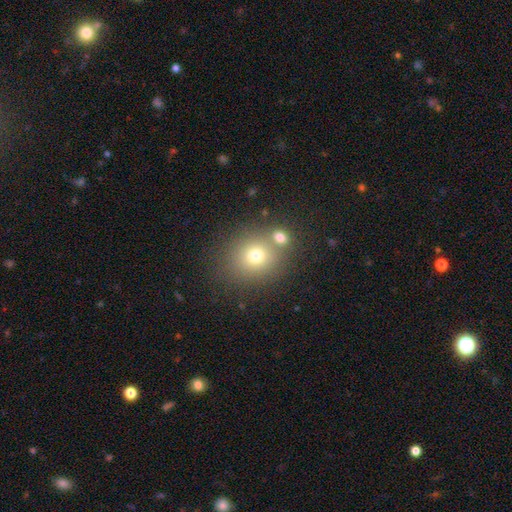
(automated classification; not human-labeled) A smooth galaxy with no disk features (72%) that is round (77%).

Vote fractions:
- Smooth or featured? smooth: 72% / star or artifact: 16% / featured or disk: 12%
- How rounded? round: 77% / in between: 22% / cigar-shaped: 1%
- Merging? none: 63% / merger: 24% / minor disturbance: 9% / major disturbance: 4%